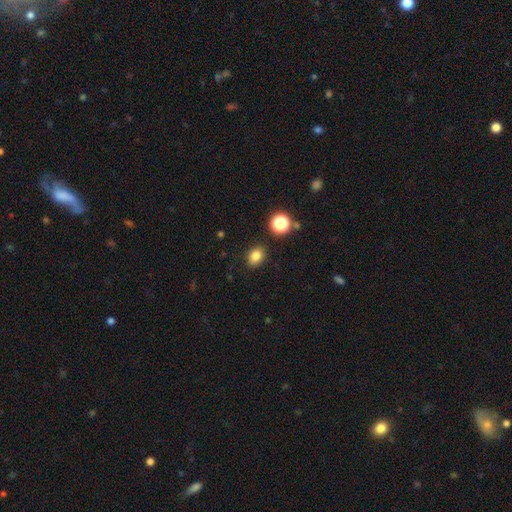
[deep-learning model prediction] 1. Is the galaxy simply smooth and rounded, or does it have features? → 82% smooth, 13% star or artifact, 6% featured or disk.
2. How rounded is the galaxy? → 60% in between, 39% round, 1% cigar-shaped.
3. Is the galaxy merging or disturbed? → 87% none, 8% minor disturbance, 2% major disturbance, 2% merger.